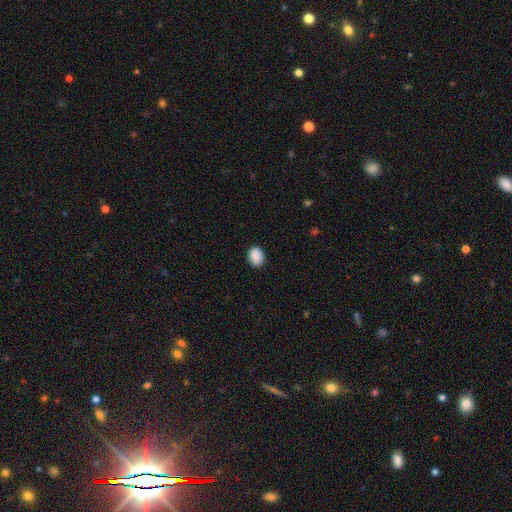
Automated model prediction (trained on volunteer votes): Overall: smooth (90%). How rounded: in between (63%; round 36%). Merging: none (88%).